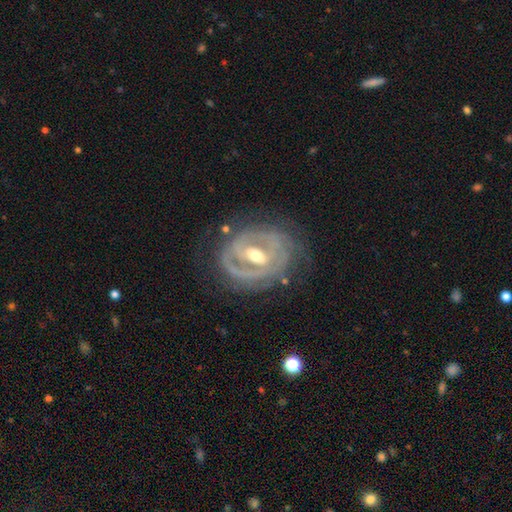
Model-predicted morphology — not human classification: This is clearly a featured or disk galaxy (86%). It is clearly not viewed edge-on (95%). Bar: possibly strong (51%). Spiral arm pattern: likely yes (80%). Spiral arm count: possibly 2 (47%). Spiral winding: likely tight (66%). Central bulge: likely moderate (71%). Merging: likely none (72%).